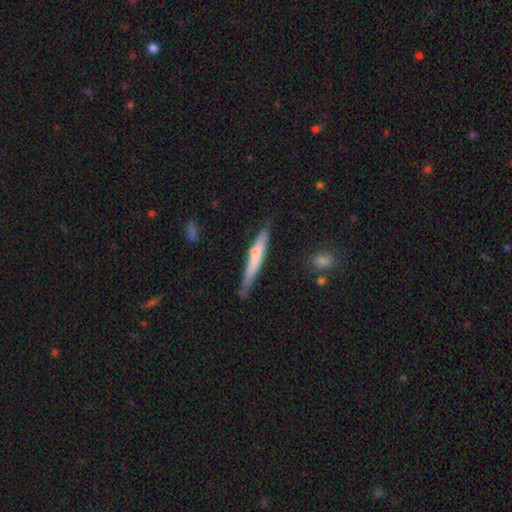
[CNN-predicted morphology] type=smooth (57%); roundness=cigar-shaped (94%); merging=none (69%).